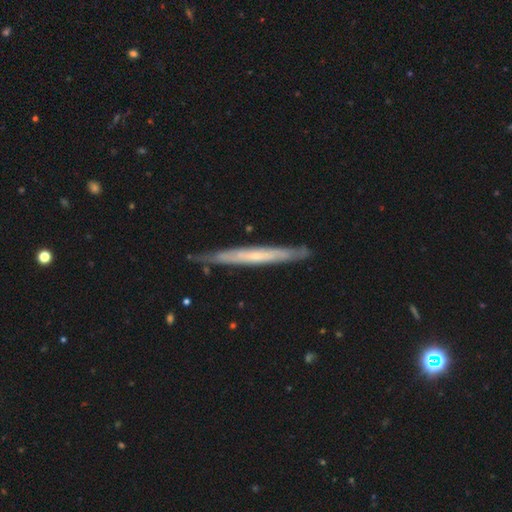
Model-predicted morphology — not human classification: A featured or disk galaxy (64%) viewed edge-on (89%) with no central bulge (69%). Merging: none (80%).